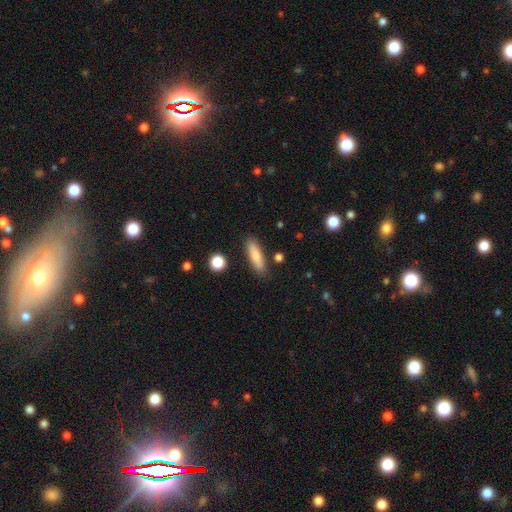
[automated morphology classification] Smooth or featured: smooth — 81% (featured or disk — 12%)
How rounded: cigar-shaped — 62% (in between — 36%)
Merging: none — 85% (minor disturbance — 10%)